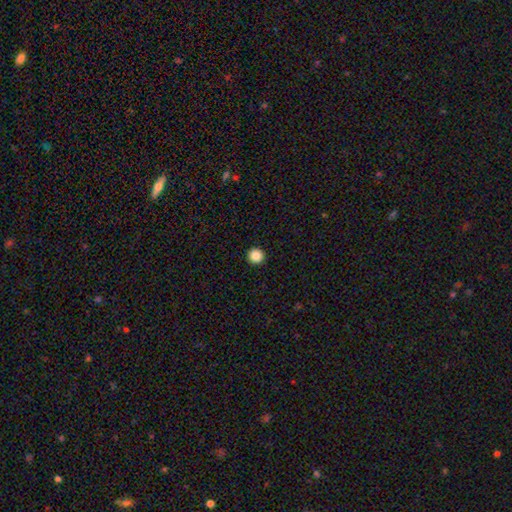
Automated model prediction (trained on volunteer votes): A smooth galaxy with no disk features (87%) that is round (96%). Merging: none (94%).